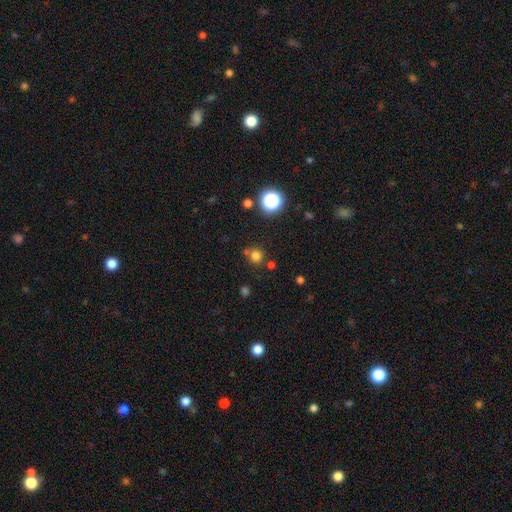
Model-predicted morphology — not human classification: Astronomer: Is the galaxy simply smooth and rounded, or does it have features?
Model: smooth — 75%.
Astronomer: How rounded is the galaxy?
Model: round — 89%.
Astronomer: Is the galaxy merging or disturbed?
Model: none — 71%.